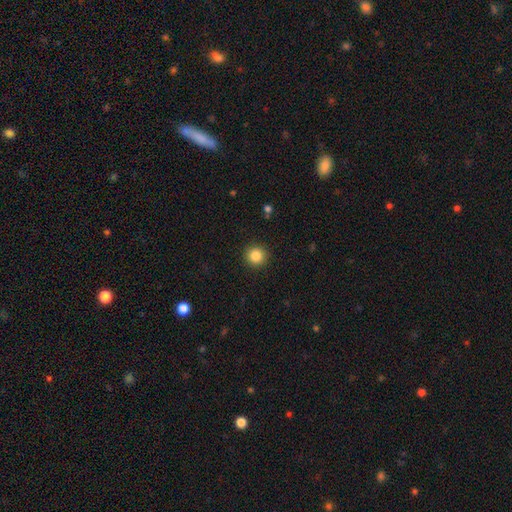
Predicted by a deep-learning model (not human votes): Morphology: type=smooth (86%); roundness=round (95%); merging=none (92%).